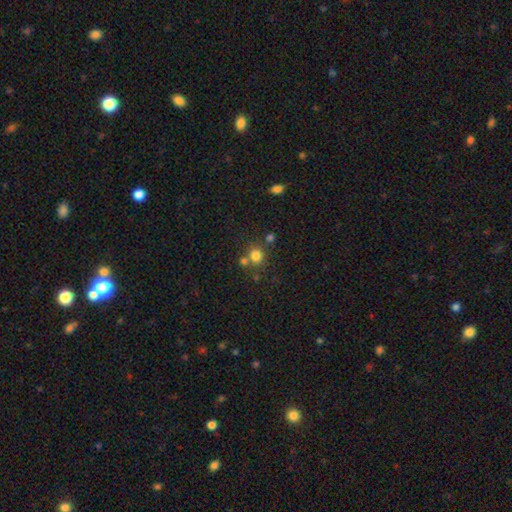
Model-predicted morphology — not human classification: smooth_or_featured: smooth (p=0.78) [alt: star or artifact p=0.15]
how_rounded: round (p=0.84) [alt: in between p=0.15]
merging: none (p=0.63) [alt: merger p=0.24]